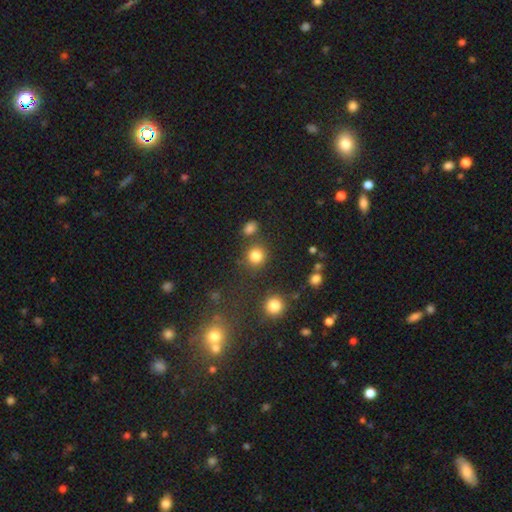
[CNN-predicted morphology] smooth-or-featured: smooth: 81% | star or artifact: 14% | featured or disk: 5%
  how-rounded: round: 89% | in between: 10% | cigar-shaped: 1%
  merging: none: 76% | merger: 11% | minor disturbance: 9% | major disturbance: 4%